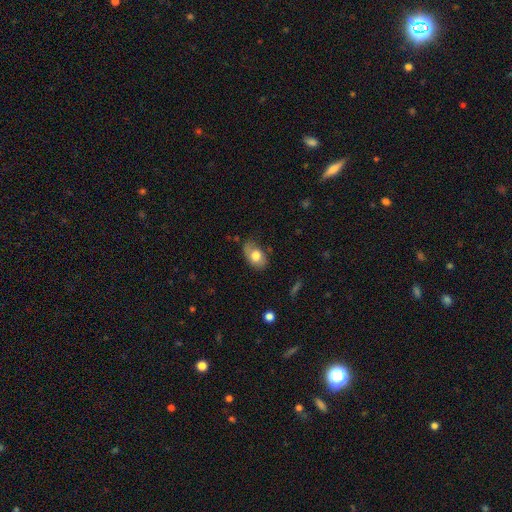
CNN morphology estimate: smooth_or_featured: smooth (p=0.72) [alt: featured or disk p=0.21]
how_rounded: in between (p=0.85) [alt: round p=0.14]
merging: none (p=0.58) [alt: minor disturbance p=0.30]